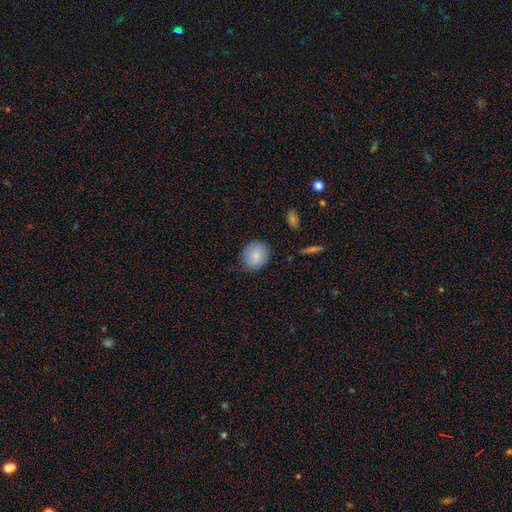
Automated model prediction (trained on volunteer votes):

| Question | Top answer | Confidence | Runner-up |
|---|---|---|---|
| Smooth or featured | smooth | 81% | featured or disk (11%) |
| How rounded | round | 68% | in between (31%) |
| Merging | none | 80% | minor disturbance (15%) |